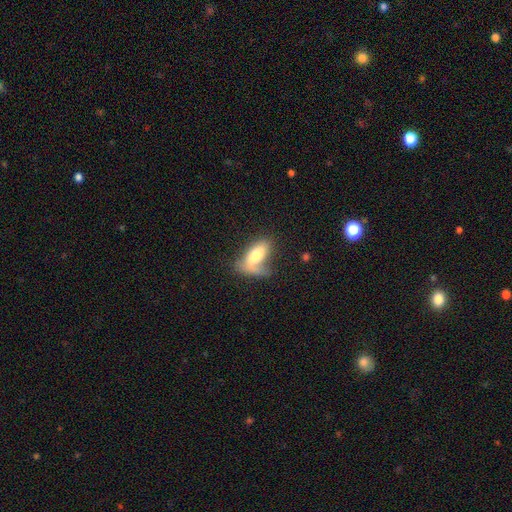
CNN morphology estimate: smooth 70%, featured or disk 23%, star or artifact 7%. Down the decision tree: how rounded — in between (81%); merging — none (33%).